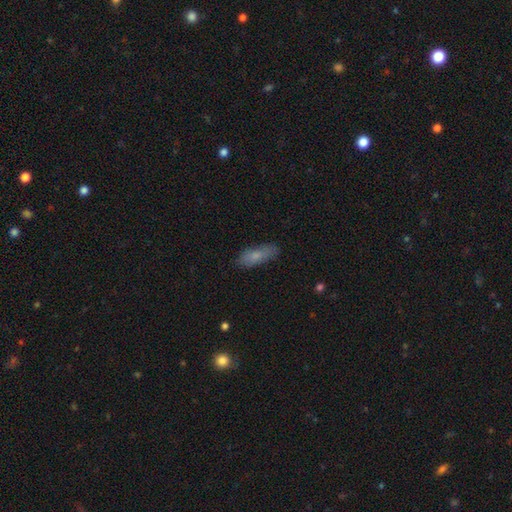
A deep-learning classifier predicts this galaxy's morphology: A smooth galaxy with no disk features (77%) that is in between round and cigar-shaped (59%). Merging: none (78%).